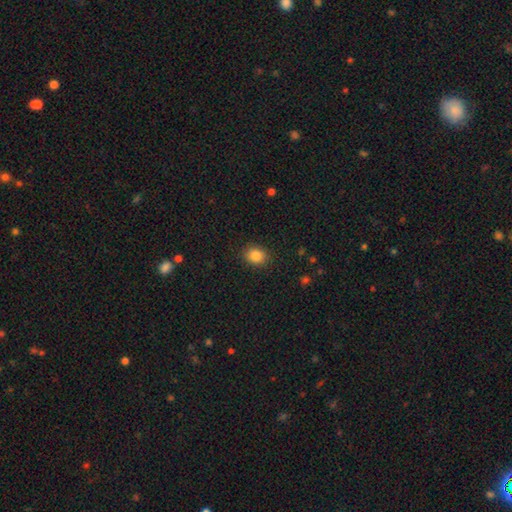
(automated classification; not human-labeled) Smooth or featured: smooth — 85% (star or artifact — 10%)
How rounded: round — 59% (in between — 40%)
Merging: none — 89% (minor disturbance — 7%)